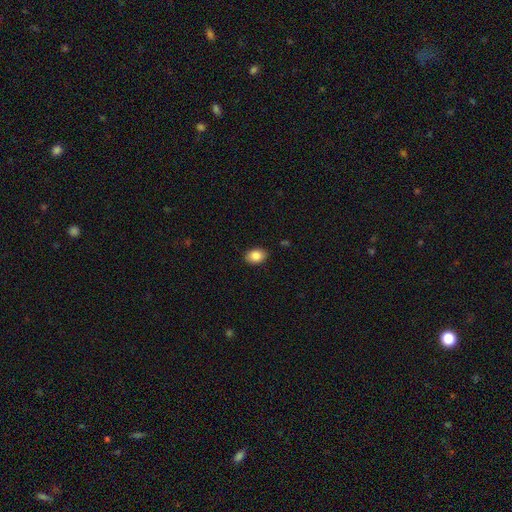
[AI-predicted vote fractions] Smooth or featured? smooth (87%)
How rounded? in between (76%)
Merging? none (88%)